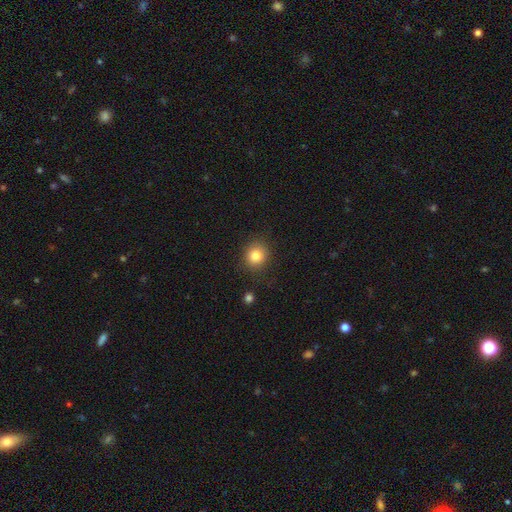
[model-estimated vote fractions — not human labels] smooth_or_featured: smooth (p=0.82) [alt: star or artifact p=0.11]
how_rounded: round (p=0.82) [alt: in between p=0.17]
merging: none (p=0.87) [alt: minor disturbance p=0.09]